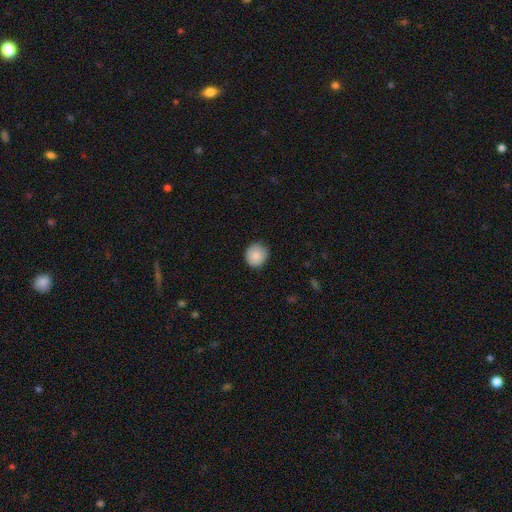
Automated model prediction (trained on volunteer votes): smooth_or_featured: smooth (p=0.88) [alt: star or artifact p=0.07]
how_rounded: round (p=0.90) [alt: in between p=0.09]
merging: none (p=0.88) [alt: minor disturbance p=0.09]